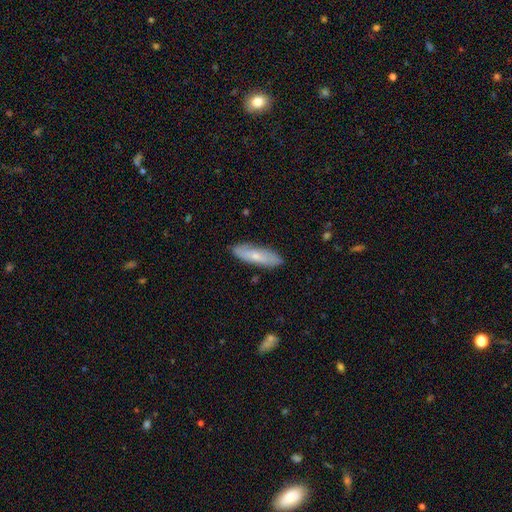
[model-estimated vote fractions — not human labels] This is likely a smooth galaxy (61%). How rounded: likely cigar-shaped (61%). Merging: clearly none (86%).